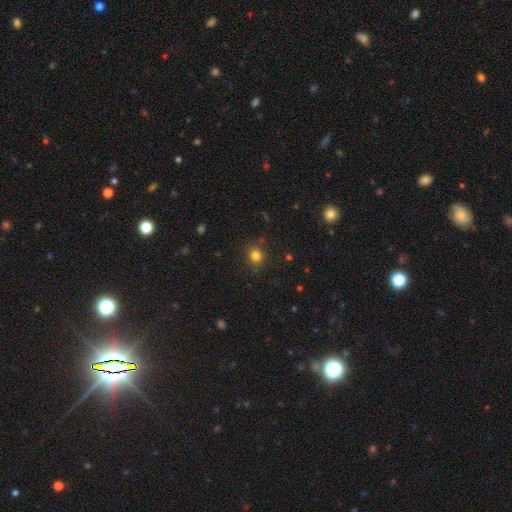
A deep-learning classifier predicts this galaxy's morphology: smooth-or-featured: smooth: 80% | star or artifact: 14% | featured or disk: 6%
  how-rounded: round: 81% | in between: 18% | cigar-shaped: 1%
  merging: none: 86% | minor disturbance: 9% | major disturbance: 3% | merger: 2%